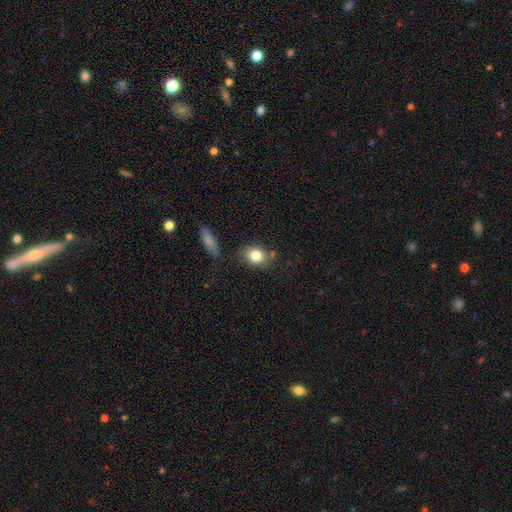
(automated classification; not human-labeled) A smooth galaxy with no disk features (82%) that is in between round and cigar-shaped (56%). Merging: none (74%).